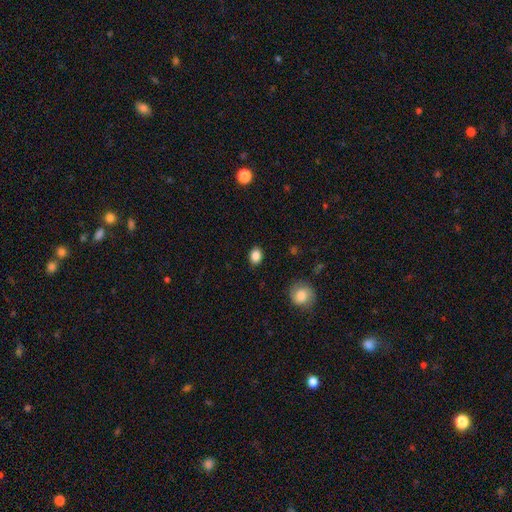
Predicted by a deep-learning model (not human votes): Q: Smooth or featured?
A: smooth (86%); runner-up: star or artifact (9%)
Q: How rounded?
A: in between (58%); runner-up: round (41%)
Q: Merging?
A: none (87%); runner-up: minor disturbance (9%)